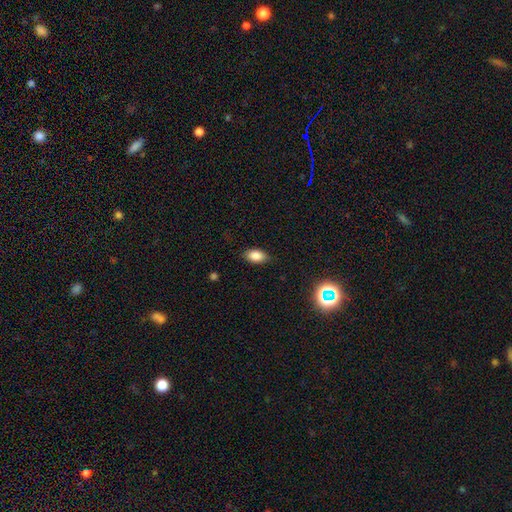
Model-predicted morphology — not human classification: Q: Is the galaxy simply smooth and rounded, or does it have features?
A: smooth — 84%.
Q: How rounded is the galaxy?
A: in between — 90%.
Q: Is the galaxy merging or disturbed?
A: none — 85%.